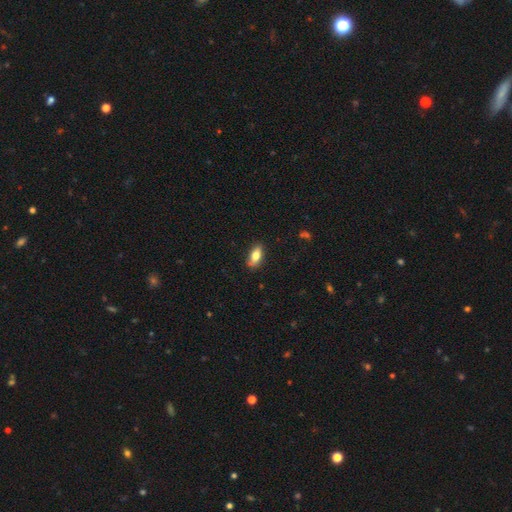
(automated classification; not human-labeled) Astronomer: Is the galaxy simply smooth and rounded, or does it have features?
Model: smooth — 77%.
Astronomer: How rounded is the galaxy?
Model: in between — 85%.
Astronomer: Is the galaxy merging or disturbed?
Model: none — 82%.